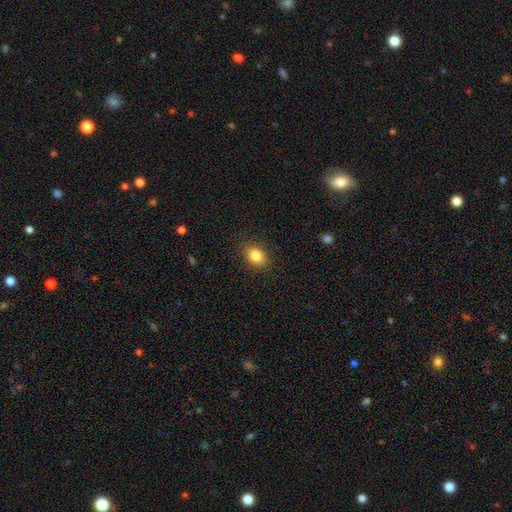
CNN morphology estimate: Smooth or featured? Predicted: smooth (p=0.85). How rounded? Predicted: in between (p=0.70). Merging? Predicted: none (p=0.87).